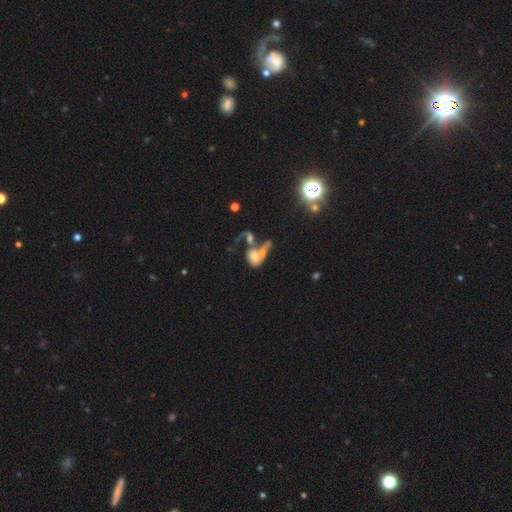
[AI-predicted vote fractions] Q: Smooth or featured?
A: featured or disk (46%); runner-up: smooth (43%)
Q: Merging?
A: merger (67%); runner-up: major disturbance (15%)